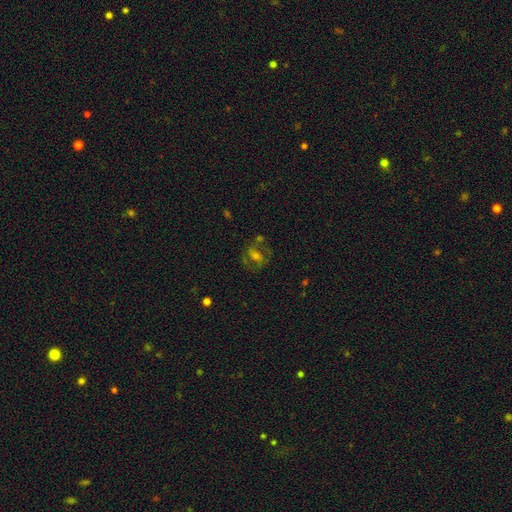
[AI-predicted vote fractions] The model was most divided on "smooth or featured": featured or disk: 49%, smooth: 34%, star or artifact: 17%. More confident: merging — none (60%).